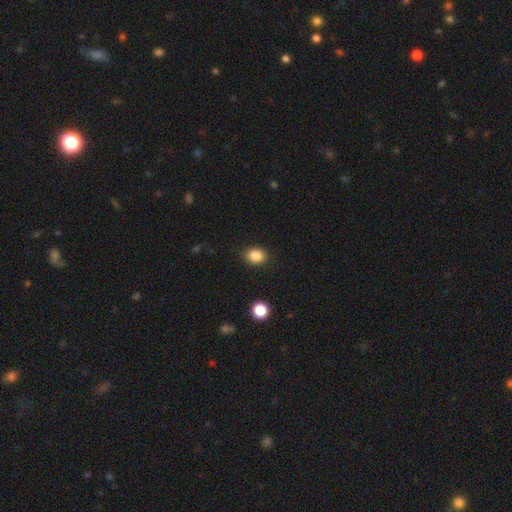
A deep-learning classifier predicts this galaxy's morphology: Q: Smooth or featured?
A: smooth (85%); runner-up: star or artifact (10%)
Q: How rounded?
A: in between (57%); runner-up: round (42%)
Q: Merging?
A: none (87%); runner-up: minor disturbance (9%)